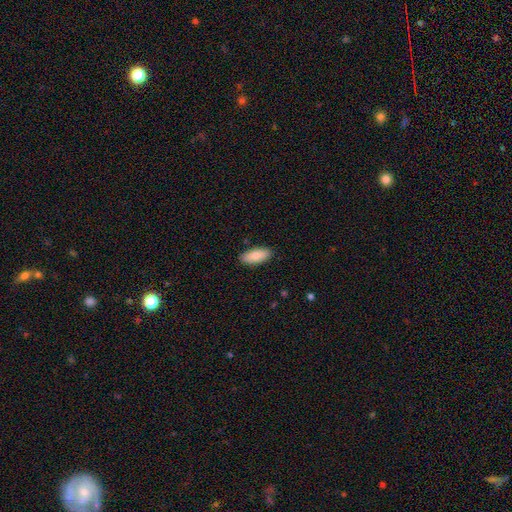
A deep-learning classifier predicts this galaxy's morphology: smooth_or_featured: smooth (p=0.83) [alt: featured or disk p=0.11]
how_rounded: in between (p=0.84) [alt: cigar-shaped p=0.14]
merging: none (p=0.88) [alt: minor disturbance p=0.09]